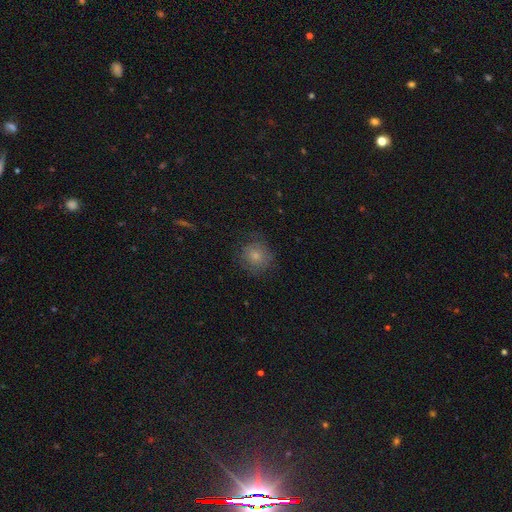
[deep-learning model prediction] The model was most divided on "smooth or featured": smooth: 71%, featured or disk: 19%, star or artifact: 10%. More confident: how rounded — round (87%); merging — none (73%).